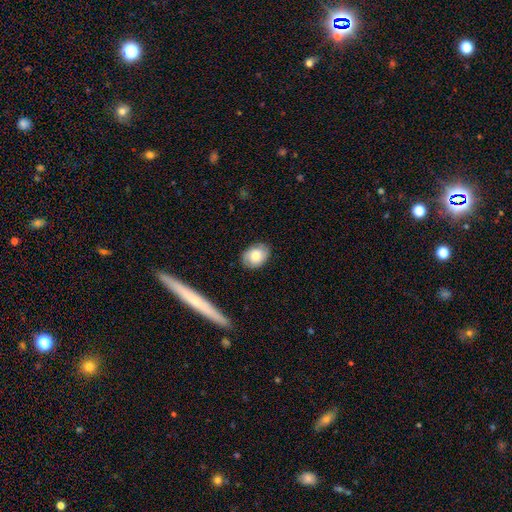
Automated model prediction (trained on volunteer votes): smooth-or-featured: smooth: 72% | featured or disk: 21% | star or artifact: 7%
  how-rounded: in between: 64% | round: 35% | cigar-shaped: 2%
  merging: none: 82% | minor disturbance: 14% | major disturbance: 3% | merger: 1%